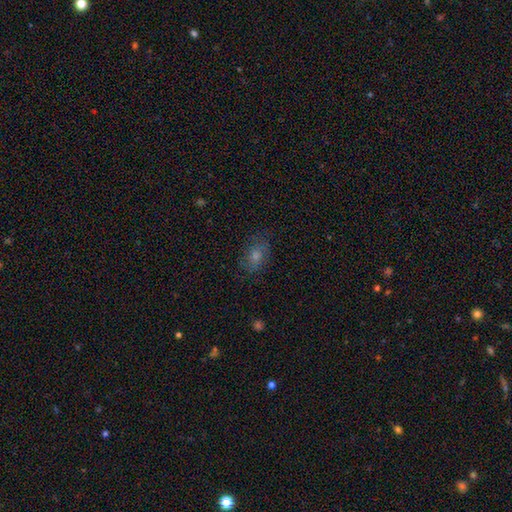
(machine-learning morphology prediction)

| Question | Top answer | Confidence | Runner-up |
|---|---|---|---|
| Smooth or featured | smooth | 49% | featured or disk (28%) |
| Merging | none | 78% | minor disturbance (15%) |